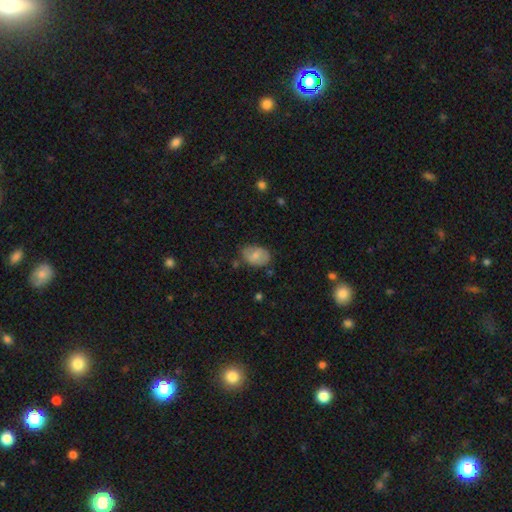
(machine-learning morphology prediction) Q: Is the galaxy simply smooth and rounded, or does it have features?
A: smooth — 63%.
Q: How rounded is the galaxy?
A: in between — 81%.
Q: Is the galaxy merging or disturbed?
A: none — 67%.